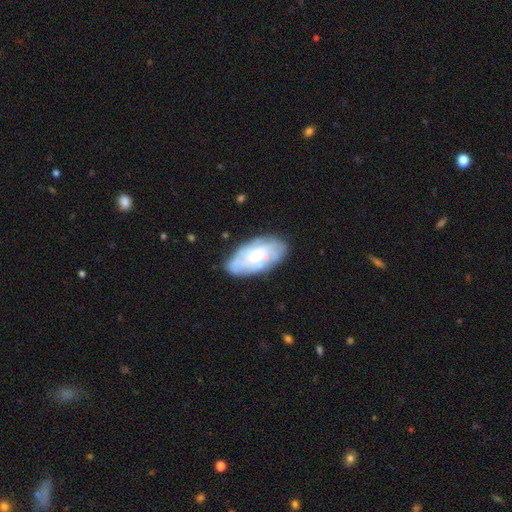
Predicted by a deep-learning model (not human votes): A featured or disk galaxy (55%) with no bar (80%), spiral arms (69%) and a small central bulge (49%).

Vote fractions:
- Smooth or featured? featured or disk: 55% / smooth: 39% / star or artifact: 6%
- Edge-on disk? no: 92% / yes: 8%
- Bar? no: 80% / weak: 17% / strong: 3%
- Spiral arms? yes: 69% / no: 31%
- Bulge size? small: 49% / moderate: 45% / large: 3% / none: 2% / dominant: 1%
- Merging? none: 77% / minor disturbance: 17% / major disturbance: 4% / merger: 2%